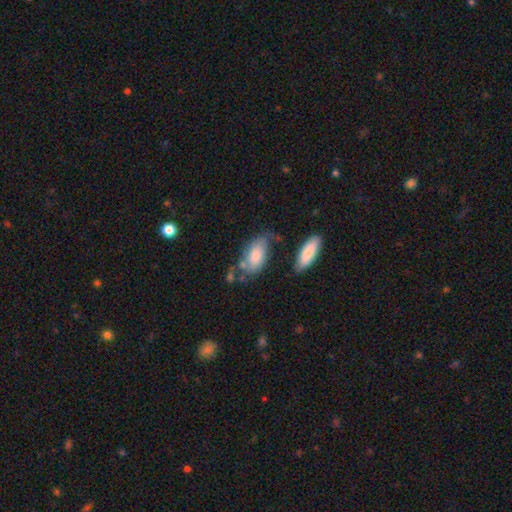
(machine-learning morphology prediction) The model was most divided on "merging": none: 47%, minor disturbance: 26%, merger: 15%, major disturbance: 12%. More confident: how rounded — in between (92%); smooth or featured — smooth (74%).